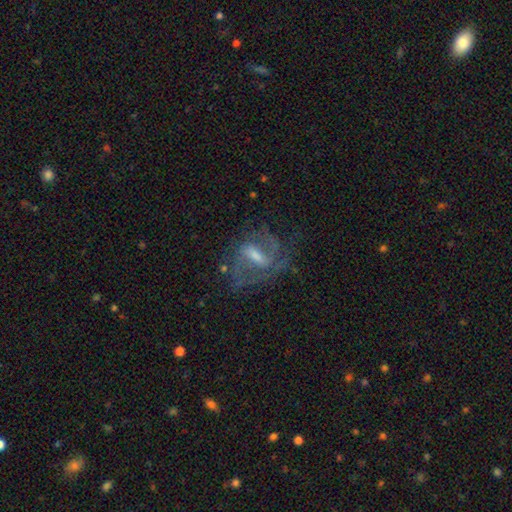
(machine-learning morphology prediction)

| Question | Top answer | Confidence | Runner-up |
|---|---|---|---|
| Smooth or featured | featured or disk | 78% | smooth (13%) |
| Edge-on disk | no | 94% | yes (6%) |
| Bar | weak | 45% | strong (41%) |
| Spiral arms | yes | 87% | no (13%) |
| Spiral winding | medium | 50% | loose (27%) |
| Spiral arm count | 2 | 51% | can't tell (23%) |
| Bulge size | moderate | 42% | small (33%) |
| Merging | none | 53% | major disturbance (25%) |